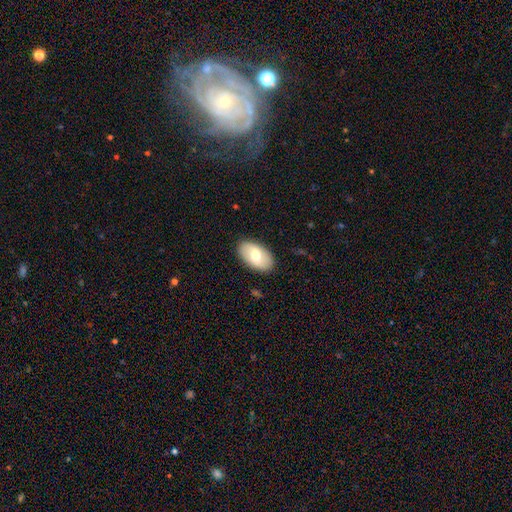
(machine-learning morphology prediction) Overall: smooth (60%; featured or disk 34%). How rounded: in between (94%). Merging: none (87%).